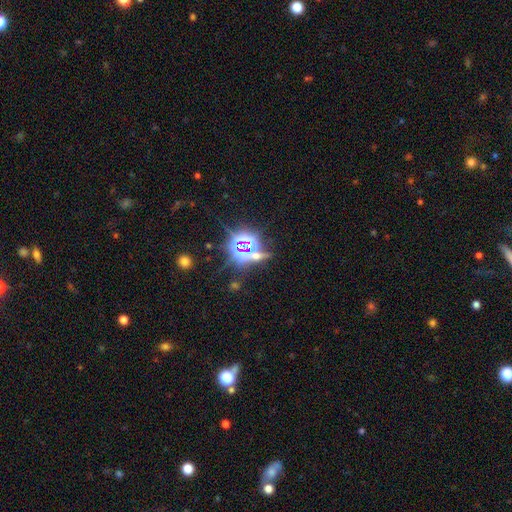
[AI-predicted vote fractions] A star or artifact, not a galaxy (73%).